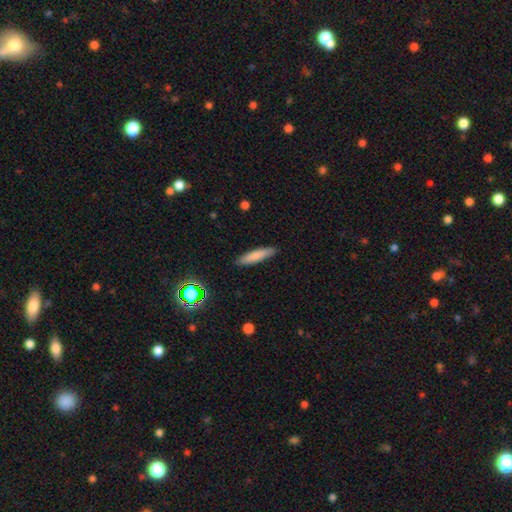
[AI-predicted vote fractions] smooth_or_featured: smooth (p=0.82) [alt: featured or disk p=0.11]
how_rounded: cigar-shaped (p=0.80) [alt: in between p=0.19]
merging: none (p=0.88) [alt: minor disturbance p=0.09]